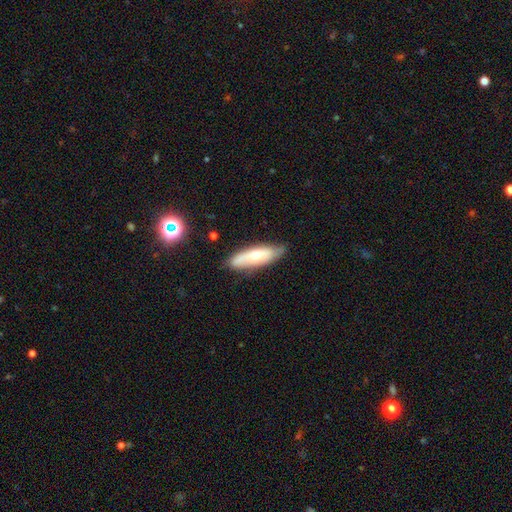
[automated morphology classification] type=smooth (49%); merging=none (76%).